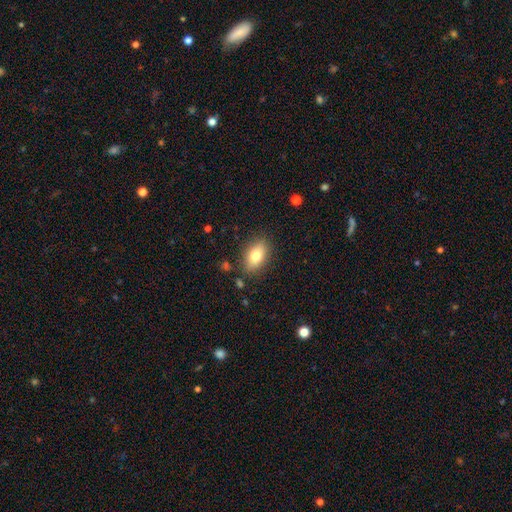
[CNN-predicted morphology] This is likely a smooth galaxy (78%). How rounded: clearly in between (88%). Merging: clearly none (84%).